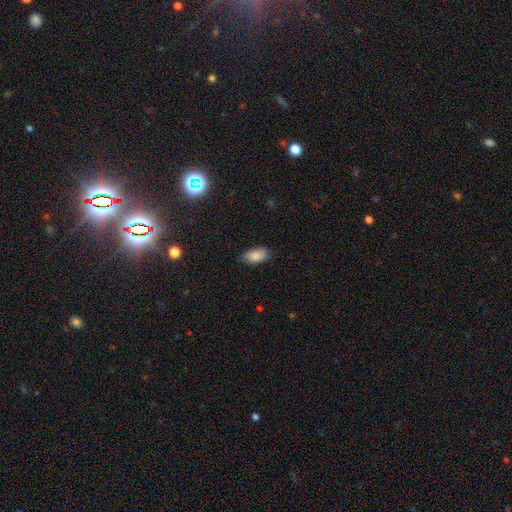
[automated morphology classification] The model was most divided on "merging": none: 80%, minor disturbance: 16%, major disturbance: 3%, merger: 1%. More confident: how rounded — in between (92%); smooth or featured — smooth (85%).